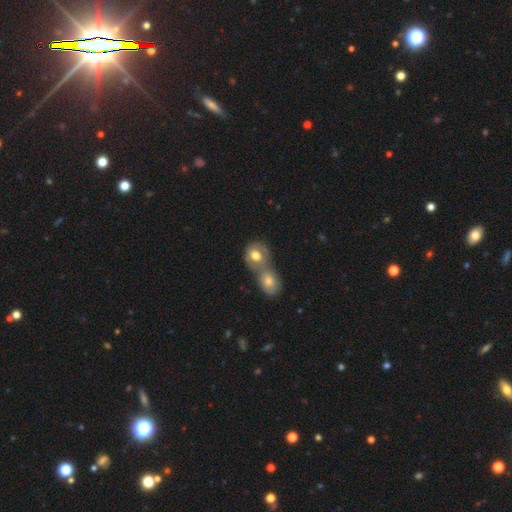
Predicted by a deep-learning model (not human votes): Q: Smooth or featured?
A: smooth (73%); runner-up: featured or disk (19%)
Q: How rounded?
A: round (57%); runner-up: in between (42%)
Q: Merging?
A: merger (72%); runner-up: none (18%)